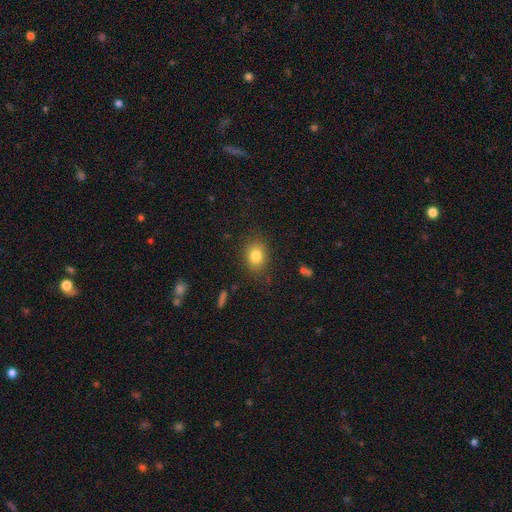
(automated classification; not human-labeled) The model was most divided on "how rounded": in between: 60%, round: 38%, cigar-shaped: 1%. More confident: merging — none (82%); smooth or featured — smooth (82%).